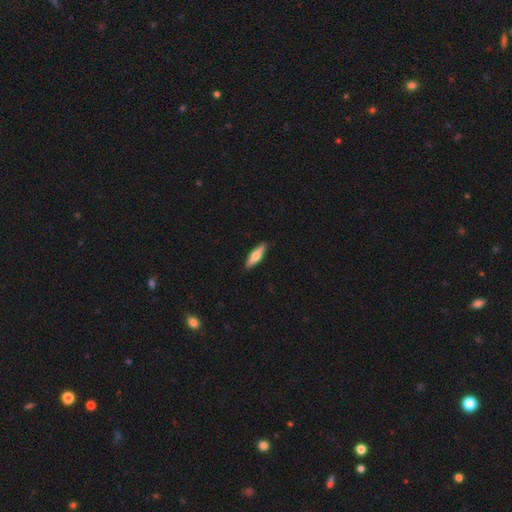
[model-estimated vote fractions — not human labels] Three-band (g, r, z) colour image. It shows a smooth galaxy with no disk features (66%) that is cigar-shaped (63%). Merging: none (90%).